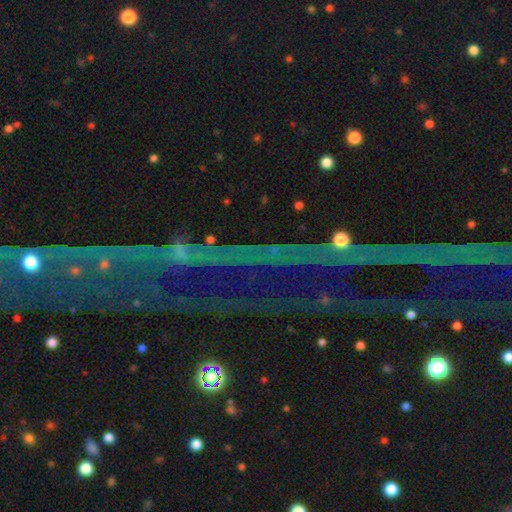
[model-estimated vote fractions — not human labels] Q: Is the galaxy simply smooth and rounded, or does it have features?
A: star or artifact — 71%.